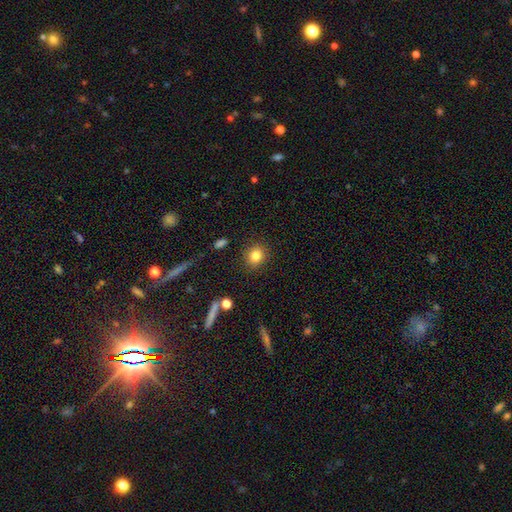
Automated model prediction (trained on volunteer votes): Smooth or featured: smooth — 83% (star or artifact — 11%)
How rounded: round — 76% (in between — 22%)
Merging: none — 88% (minor disturbance — 8%)